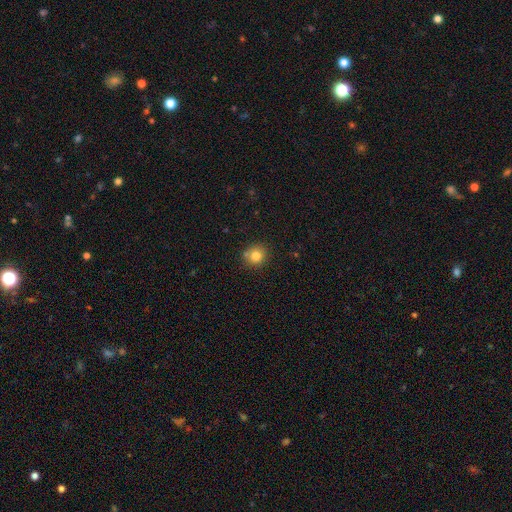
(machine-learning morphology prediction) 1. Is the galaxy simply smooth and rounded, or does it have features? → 81% smooth, 12% star or artifact, 7% featured or disk.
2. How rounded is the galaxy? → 88% round, 11% in between, 1% cigar-shaped.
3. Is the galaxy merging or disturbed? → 75% none, 12% minor disturbance, 10% merger, 3% major disturbance.